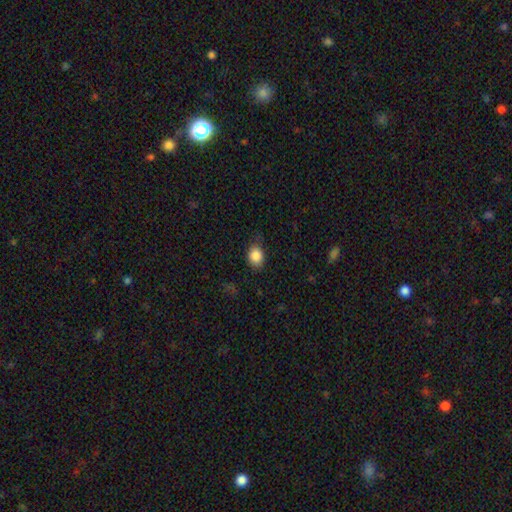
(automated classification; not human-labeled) The model was most divided on "how rounded": round: 53%, in between: 46%, cigar-shaped: 1%. More confident: smooth or featured — smooth (86%); merging — none (70%).